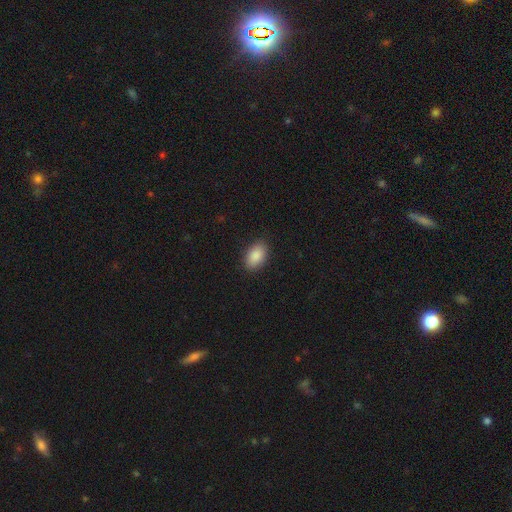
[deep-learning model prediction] A smooth galaxy with no disk features (89%) that is in between round and cigar-shaped (91%). Merging: none (88%).